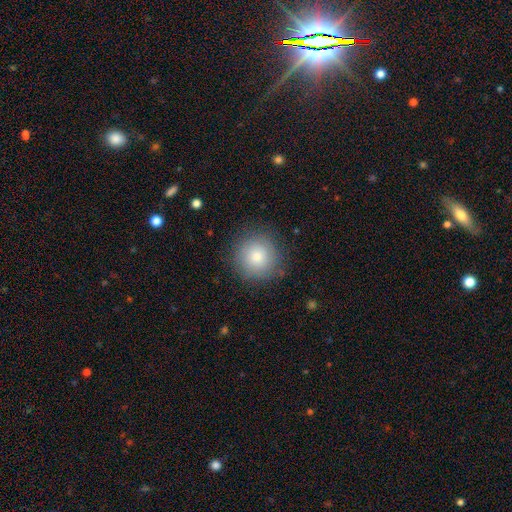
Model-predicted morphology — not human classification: This is likely a smooth galaxy (80%). How rounded: clearly round (94%). Merging: clearly none (85%).